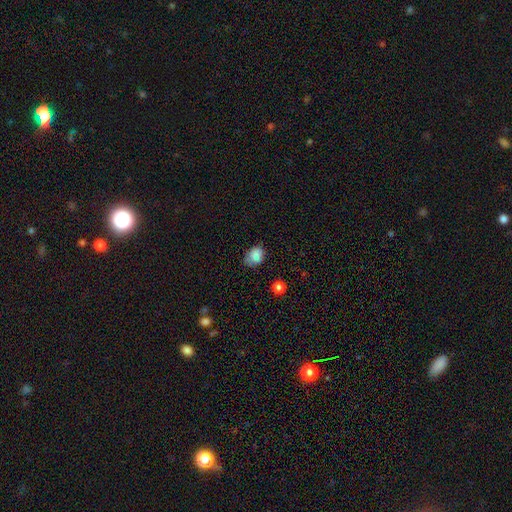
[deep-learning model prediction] smooth 82%, star or artifact 10%, featured or disk 8%. Down the decision tree: how rounded — in between (63%); merging — none (65%).